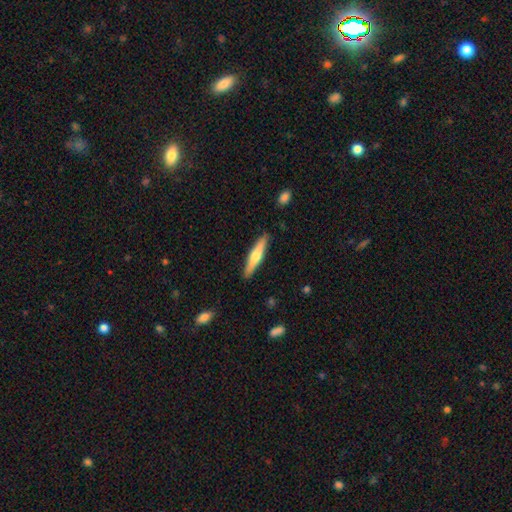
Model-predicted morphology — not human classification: Overall: smooth (49%; featured or disk 46%). Merging: none (90%).